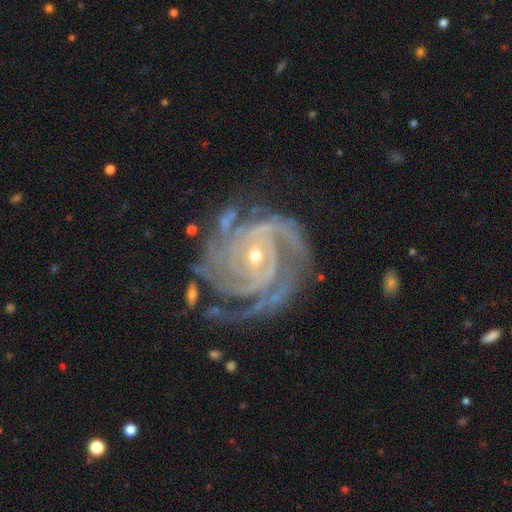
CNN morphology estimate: smooth_or_featured: featured or disk (p=0.93) [alt: star or artifact p=0.05]
disk_edge_on: no (p=0.98) [alt: yes p=0.02]
bar: no (p=0.52) [alt: weak p=0.31]
has_spiral_arms: yes (p=0.99) [alt: no p=0.01]
spiral_winding: tight (p=0.78) [alt: medium p=0.20]
spiral_arm_count: 3 (p=0.32) [alt: 4 p=0.24]
bulge_size: small (p=0.63) [alt: moderate p=0.34]
merging: none (p=0.66) [alt: minor disturbance p=0.21]